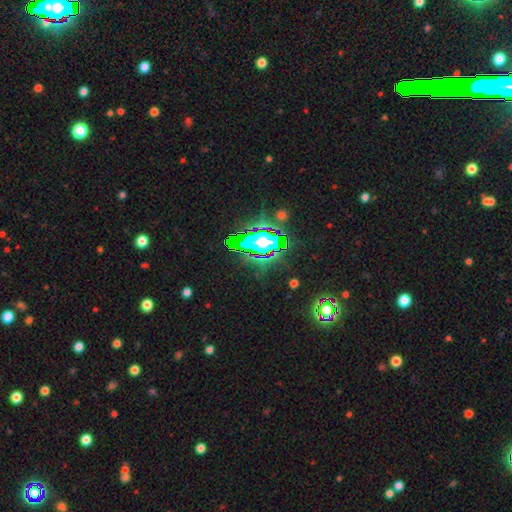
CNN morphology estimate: Smooth or featured?
  - star or artifact: 78% *
  - smooth: 13%
  - featured or disk: 10%